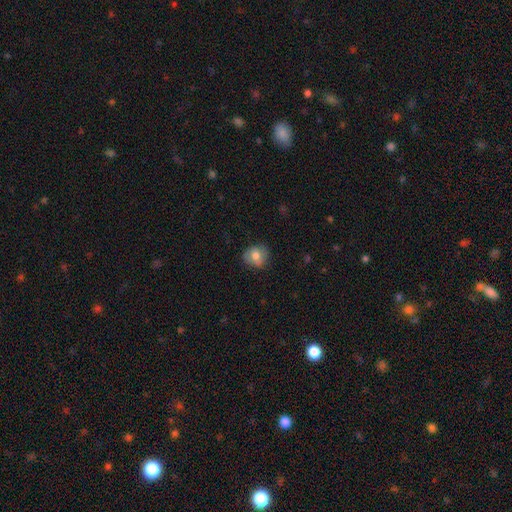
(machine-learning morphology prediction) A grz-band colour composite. It shows a smooth galaxy with no disk features (73%) that is round (75%). Merging: none (77%).